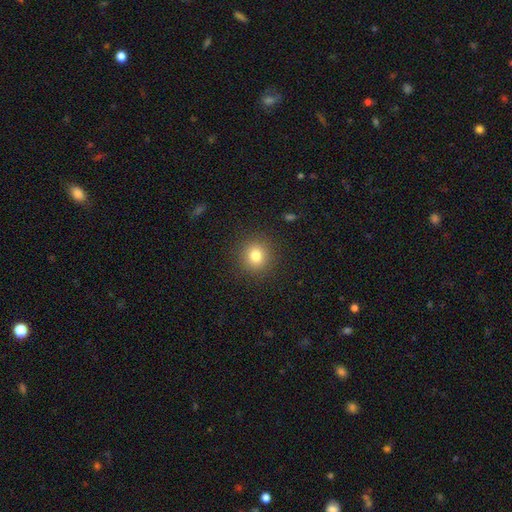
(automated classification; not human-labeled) Morphology: type=smooth (80%); roundness=round (90%); merging=none (90%).